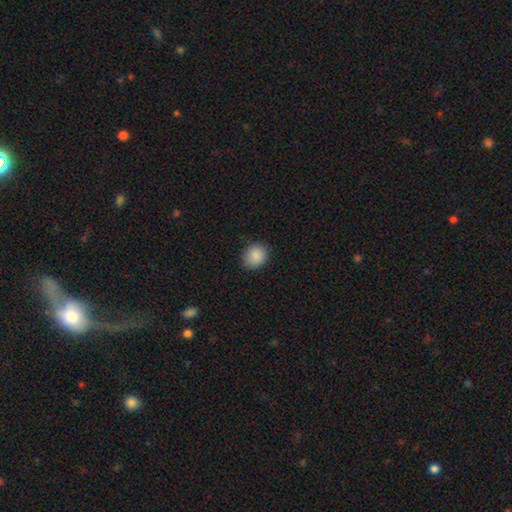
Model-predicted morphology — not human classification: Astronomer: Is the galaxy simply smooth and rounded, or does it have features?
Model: smooth — 89%.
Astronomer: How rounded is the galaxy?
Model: round — 68%.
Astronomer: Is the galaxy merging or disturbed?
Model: none — 85%.